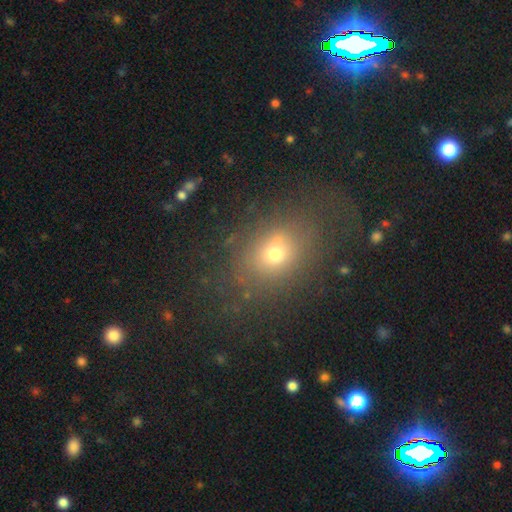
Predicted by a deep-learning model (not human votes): Overall: smooth (56%; star or artifact 29%). How rounded: in between (58%; round 40%). Merging: none (80%).